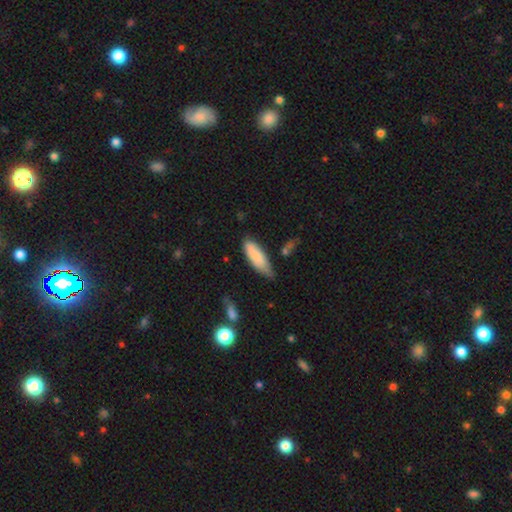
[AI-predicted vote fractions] Smooth or featured: smooth — 80% (featured or disk — 14%)
How rounded: in between — 64% (cigar-shaped — 34%)
Merging: none — 62% (minor disturbance — 30%)